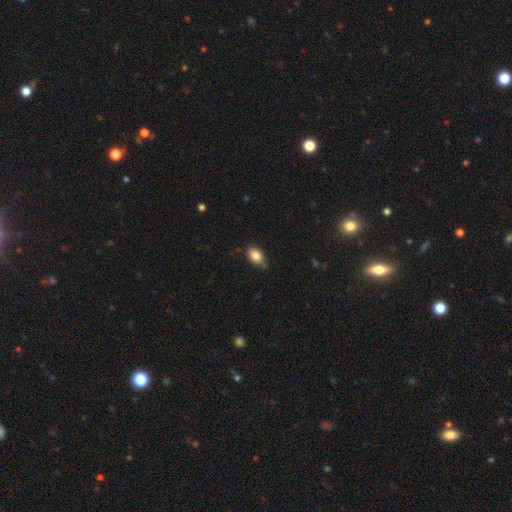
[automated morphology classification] type=smooth (84%); roundness=in between (84%); merging=none (63%).